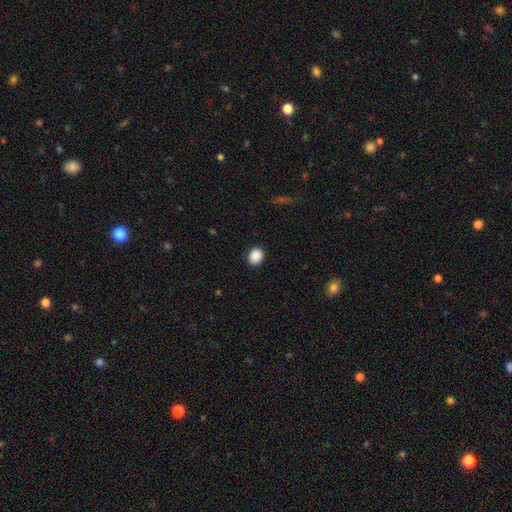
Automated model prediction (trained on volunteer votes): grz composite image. It shows a smooth galaxy with no disk features (89%) that is in between round and cigar-shaped (52%). Merging: none (89%).